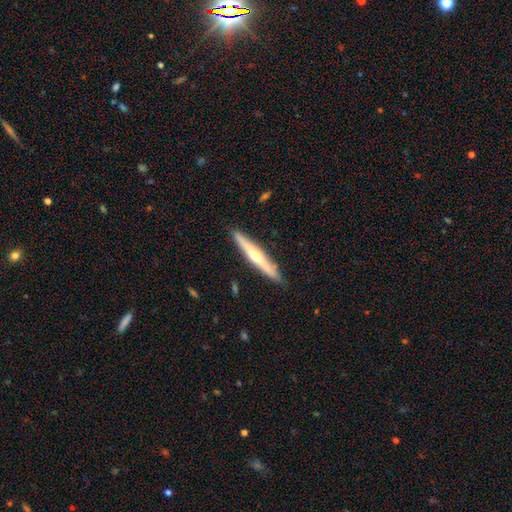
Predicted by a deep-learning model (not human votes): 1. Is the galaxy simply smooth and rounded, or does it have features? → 61% featured or disk, 34% smooth, 5% star or artifact.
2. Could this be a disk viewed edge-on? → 95% yes, 5% no.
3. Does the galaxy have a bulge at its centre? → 87% rounded, 11% none, 3% boxy.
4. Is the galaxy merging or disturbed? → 89% none, 8% minor disturbance, 1% major disturbance, 1% merger.